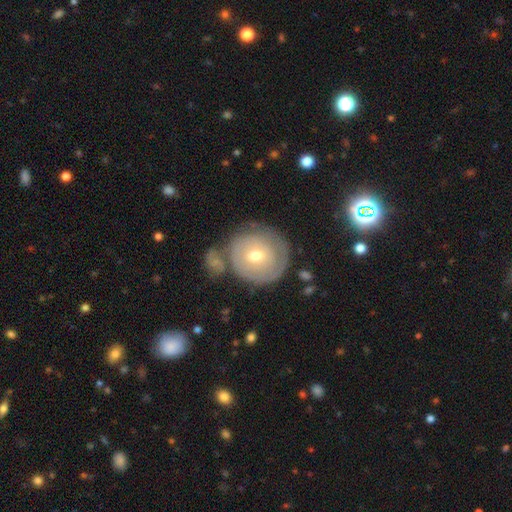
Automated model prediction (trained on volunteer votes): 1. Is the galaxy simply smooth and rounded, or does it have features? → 50% featured or disk, 42% smooth, 8% star or artifact.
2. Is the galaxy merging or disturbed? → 66% none, 17% minor disturbance, 10% merger, 8% major disturbance.